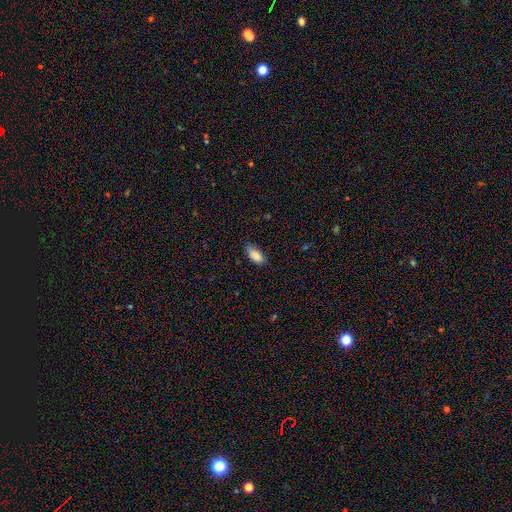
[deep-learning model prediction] A smooth galaxy with no disk features (86%) that is in between round and cigar-shaped (87%). Merging: none (69%).